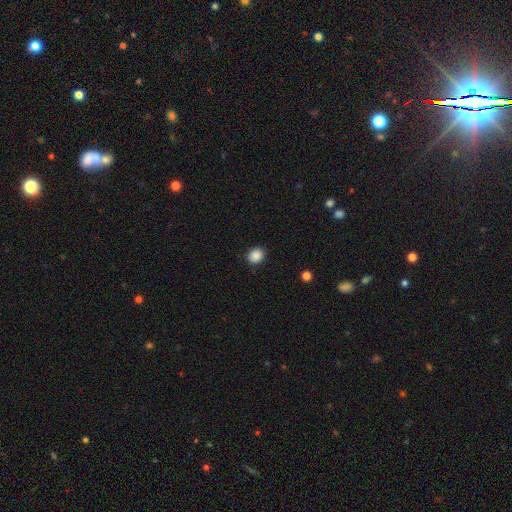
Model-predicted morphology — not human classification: A smooth galaxy with no disk features (88%) that is round (60%).

Vote fractions:
- Smooth or featured? smooth: 88% / star or artifact: 9% / featured or disk: 3%
- How rounded? round: 60% / in between: 40% / cigar-shaped: 1%
- Merging? none: 89% / minor disturbance: 8% / major disturbance: 2% / merger: 1%